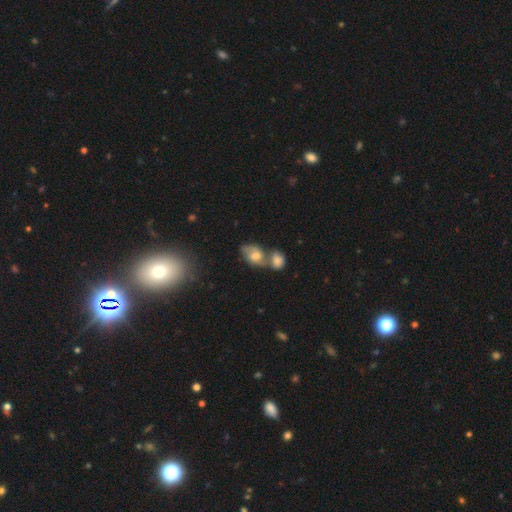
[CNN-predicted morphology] Smooth or featured? featured or disk (46%)
Merging? merger (59%)